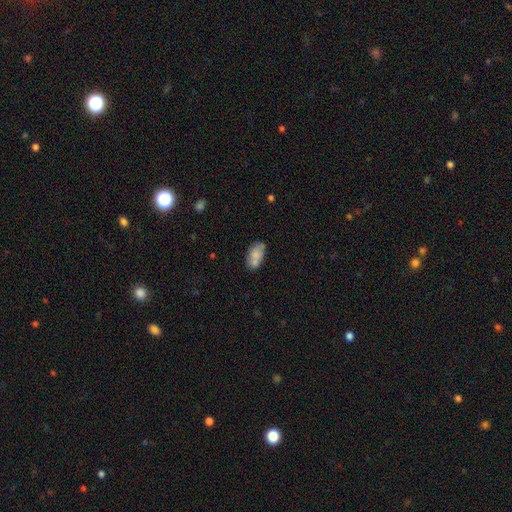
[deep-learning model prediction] Q: Smooth or featured?
A: smooth (71%); runner-up: featured or disk (21%)
Q: How rounded?
A: in between (91%); runner-up: round (7%)
Q: Merging?
A: none (50%); runner-up: merger (25%)